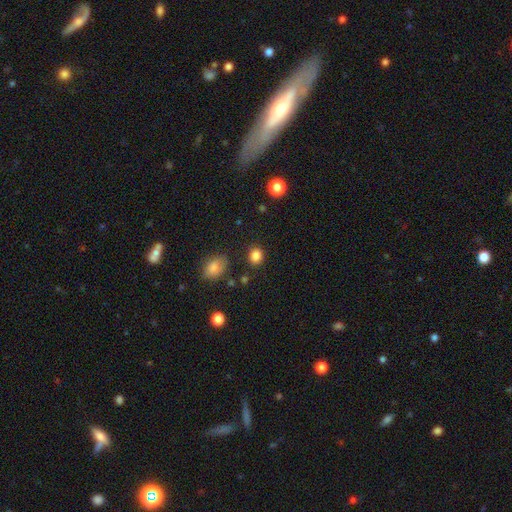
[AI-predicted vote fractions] smooth 85%, star or artifact 11%, featured or disk 4%. Down the decision tree: how rounded — round (71%); merging — none (85%).